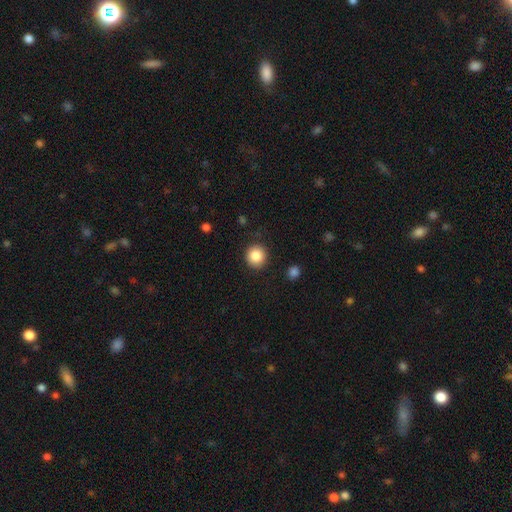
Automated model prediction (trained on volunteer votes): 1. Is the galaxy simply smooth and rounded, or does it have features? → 87% smooth, 9% star or artifact, 5% featured or disk.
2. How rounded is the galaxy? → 92% round, 7% in between, 1% cigar-shaped.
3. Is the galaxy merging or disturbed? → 89% none, 7% minor disturbance, 2% major disturbance, 1% merger.